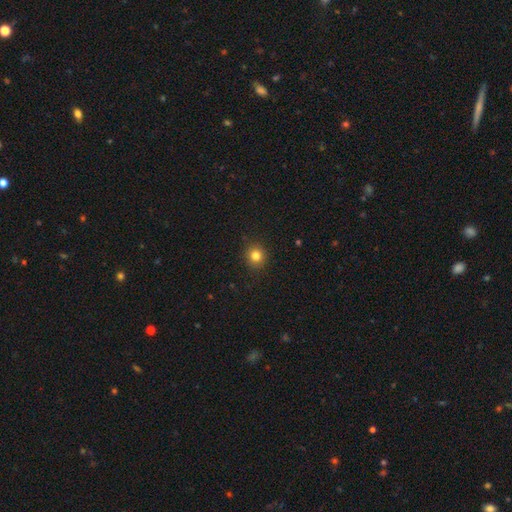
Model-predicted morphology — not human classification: Smooth or featured: smooth — 81% (star or artifact — 13%)
How rounded: round — 88% (in between — 11%)
Merging: none — 90% (minor disturbance — 7%)